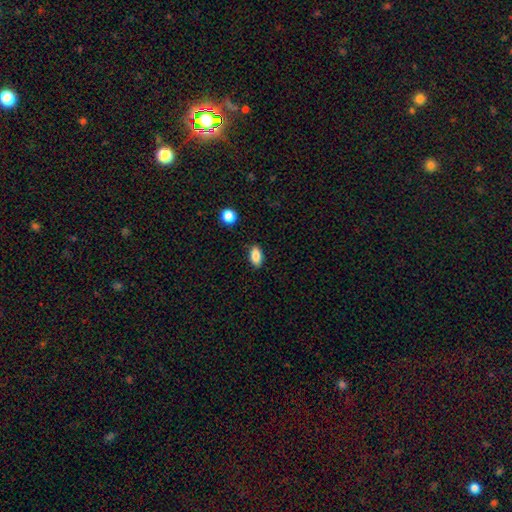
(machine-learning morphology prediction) smooth 86%, star or artifact 8%, featured or disk 5%. Down the decision tree: how rounded — in between (90%); merging — none (86%).